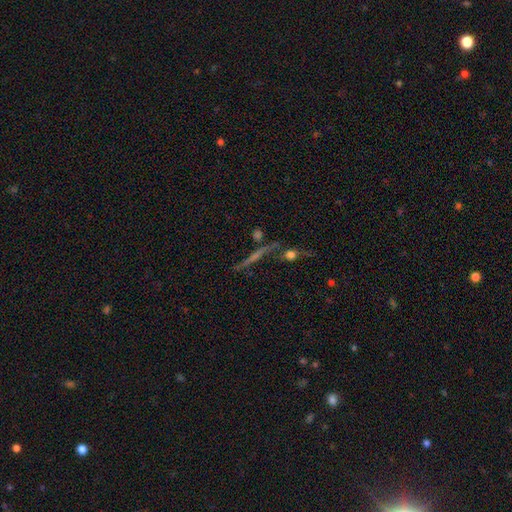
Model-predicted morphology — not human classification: Smooth or featured? featured or disk (59%)
Edge-on disk? yes (87%)
Edge-on bulge? rounded (49%)
Merging? none (66%)